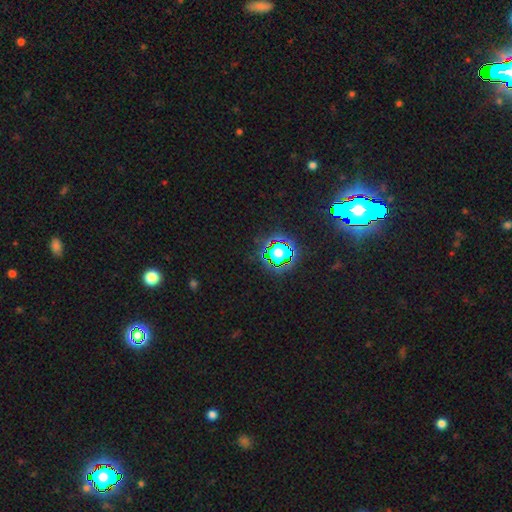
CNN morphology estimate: star or artifact 79%, smooth 12%, featured or disk 8%.